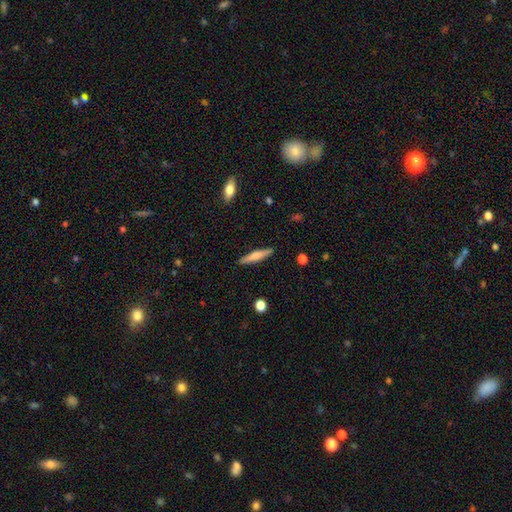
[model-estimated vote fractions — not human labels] smooth-or-featured: smooth: 61% | featured or disk: 33% | star or artifact: 6%
  how-rounded: cigar-shaped: 90% | in between: 9% | round: 2%
  merging: none: 90% | minor disturbance: 7% | major disturbance: 2% | merger: 1%